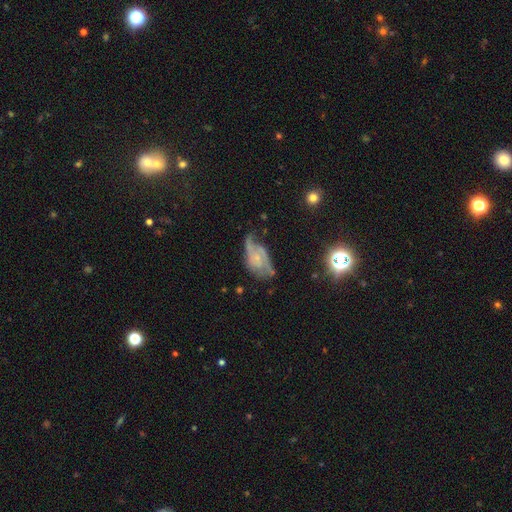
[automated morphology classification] Q: Smooth or featured?
A: featured or disk (71%); runner-up: smooth (18%)
Q: Edge-on disk?
A: no (95%); runner-up: yes (5%)
Q: Bar?
A: no (70%); runner-up: weak (25%)
Q: Spiral arms?
A: yes (86%); runner-up: no (14%)
Q: Spiral winding?
A: medium (42%); runner-up: loose (32%)
Q: Spiral arm count?
A: 2 (55%); runner-up: can't tell (21%)
Q: Bulge size?
A: small (62%); runner-up: none (20%)
Q: Merging?
A: none (41%); runner-up: minor disturbance (29%)